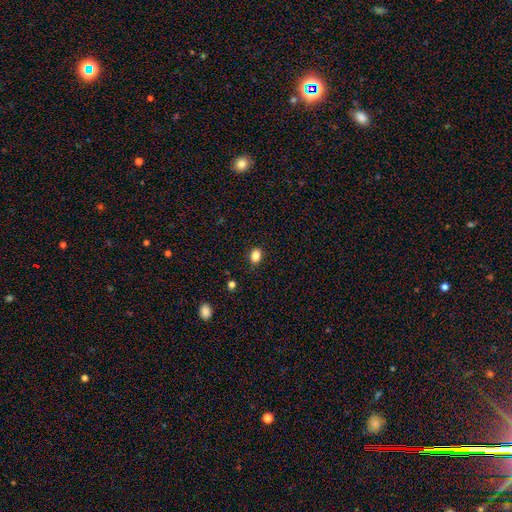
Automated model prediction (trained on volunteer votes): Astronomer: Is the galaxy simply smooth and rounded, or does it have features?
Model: smooth — 85%.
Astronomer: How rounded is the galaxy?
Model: in between — 64%.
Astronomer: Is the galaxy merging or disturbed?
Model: none — 85%.